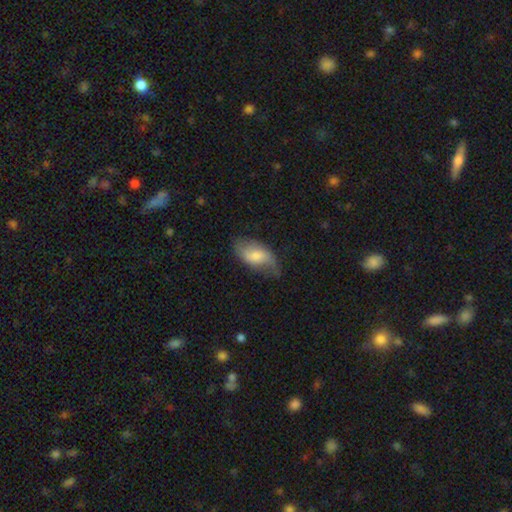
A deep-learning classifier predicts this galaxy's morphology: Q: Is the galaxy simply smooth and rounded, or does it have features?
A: smooth — 54%.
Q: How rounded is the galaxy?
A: in between — 92%.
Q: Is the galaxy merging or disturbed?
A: none — 55%.